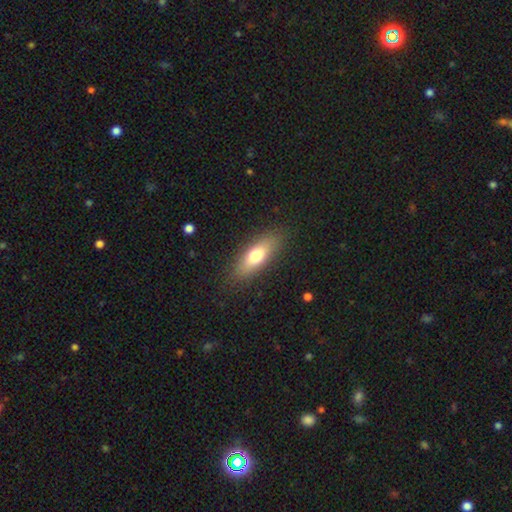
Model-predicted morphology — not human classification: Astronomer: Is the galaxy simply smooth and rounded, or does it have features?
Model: smooth — 70%.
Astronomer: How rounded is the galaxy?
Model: in between — 63%.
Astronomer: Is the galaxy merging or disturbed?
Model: none — 86%.